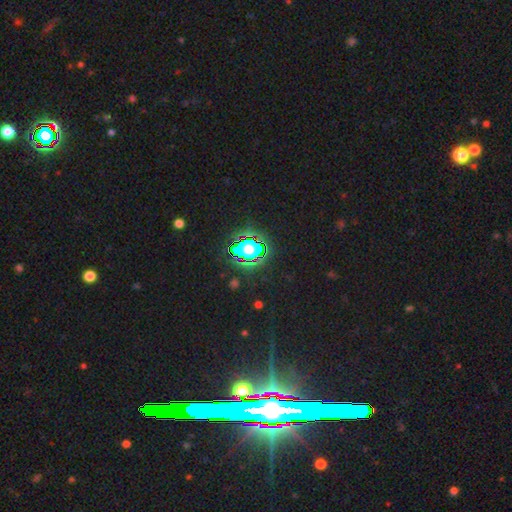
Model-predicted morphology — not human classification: This is clearly a star or artifact rather than a galaxy (84%).